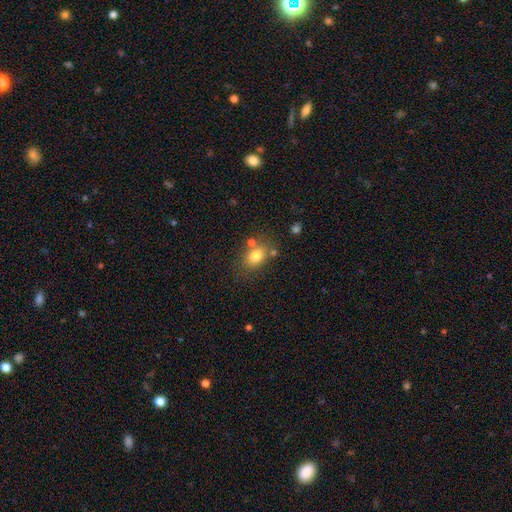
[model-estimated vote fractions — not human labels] This is likely a smooth galaxy (78%). How rounded: likely in between (68%). Merging: likely none (67%).